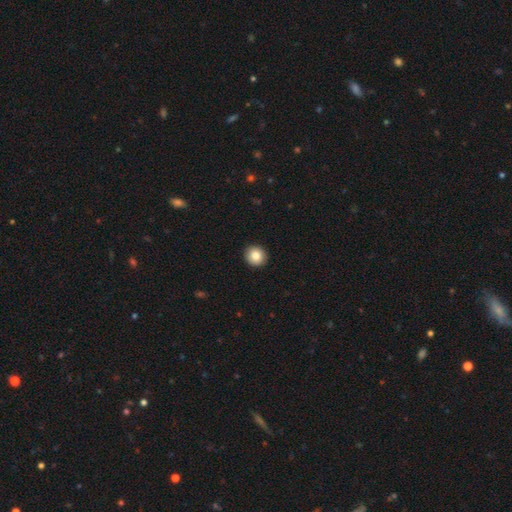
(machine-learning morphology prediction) This is clearly a smooth galaxy (85%). How rounded: clearly round (92%). Merging: clearly none (93%).